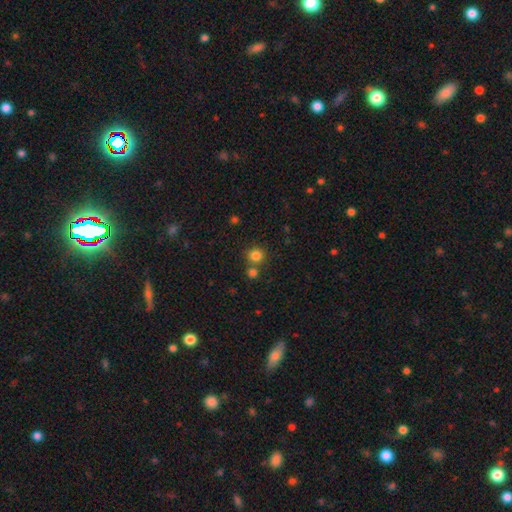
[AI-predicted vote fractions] Morphology: type=smooth (81%); roundness=round (90%); merging=none (69%).